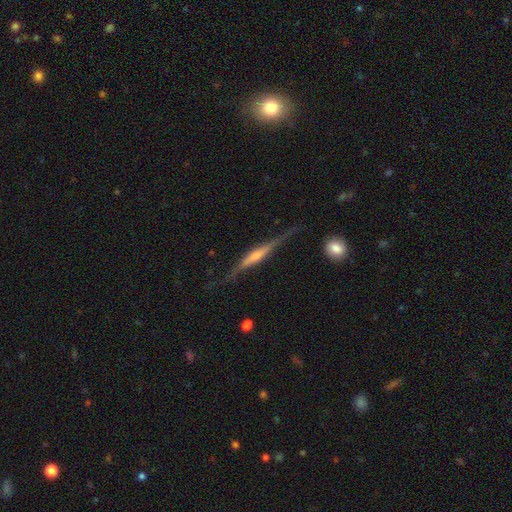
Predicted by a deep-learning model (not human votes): This is likely a featured or disk galaxy (79%). It is clearly viewed edge-on (96%). Edge-on bulge: likely rounded (69%). Merging: likely none (79%).